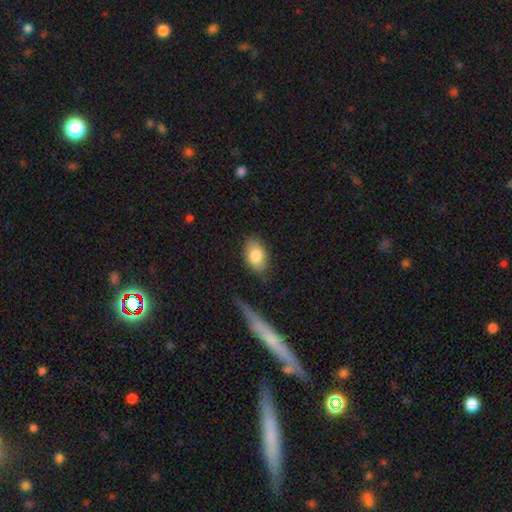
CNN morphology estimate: This appears to be a smooth galaxy with no disk features (82%) that is in between round and cigar-shaped (87%). Merging: none (80%).